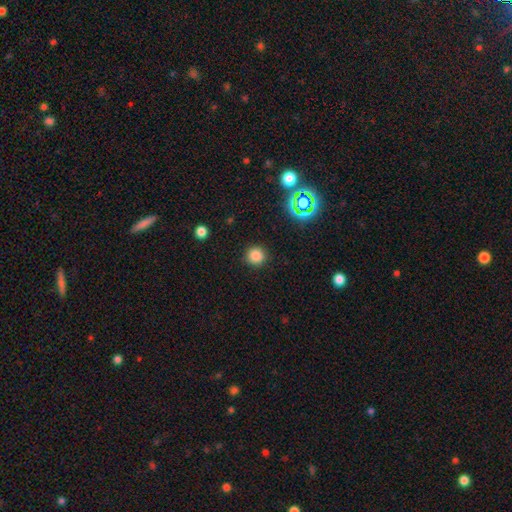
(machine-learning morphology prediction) Smooth or featured? smooth (81%)
How rounded? round (94%)
Merging? none (91%)